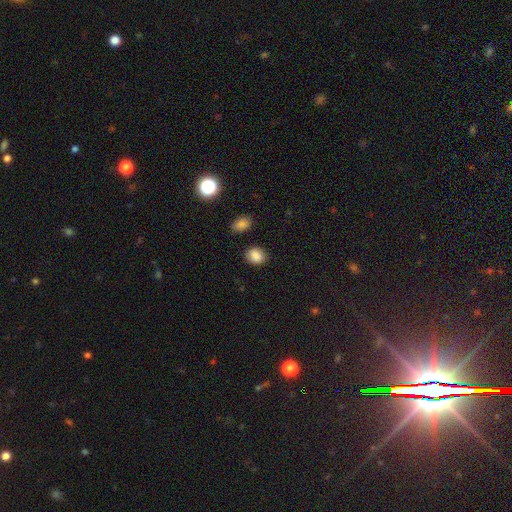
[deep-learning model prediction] smooth 87%, star or artifact 9%, featured or disk 4%. Down the decision tree: how rounded — round (51%); merging — none (84%).